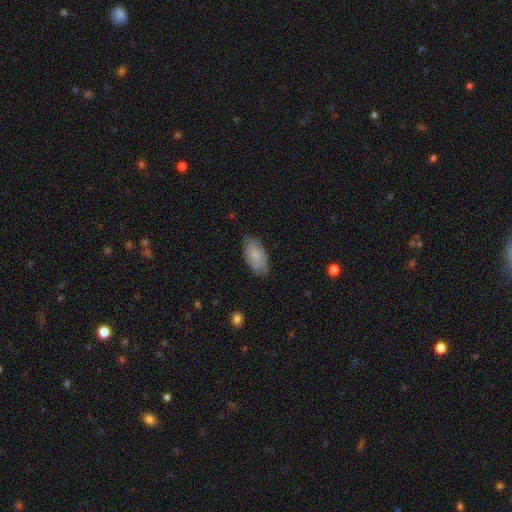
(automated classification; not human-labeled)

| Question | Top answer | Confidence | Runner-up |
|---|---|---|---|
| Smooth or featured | smooth | 70% | featured or disk (24%) |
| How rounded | in between | 93% | cigar-shaped (4%) |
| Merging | none | 75% | minor disturbance (21%) |